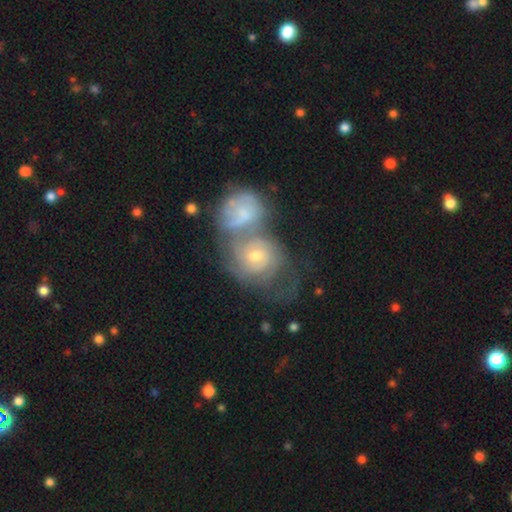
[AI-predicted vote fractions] Smooth or featured? Predicted: featured or disk (p=0.73). Edge-on disk? Predicted: no (p=0.97). Bar? Predicted: no (p=0.69). Spiral arms? Predicted: yes (p=0.86). Spiral winding? Predicted: tight (p=0.62). Spiral arm count? Predicted: can't tell (p=0.46). Bulge size? Predicted: moderate (p=0.48). Merging? Predicted: merger (p=0.61).